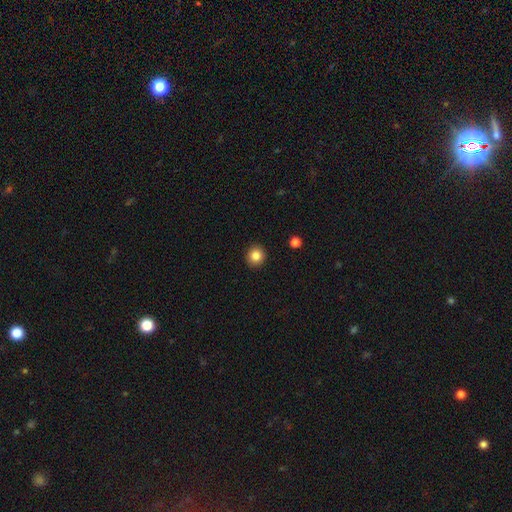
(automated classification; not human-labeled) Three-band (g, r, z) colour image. It shows a smooth galaxy with no disk features (85%) that is round (90%). Merging: none (92%).